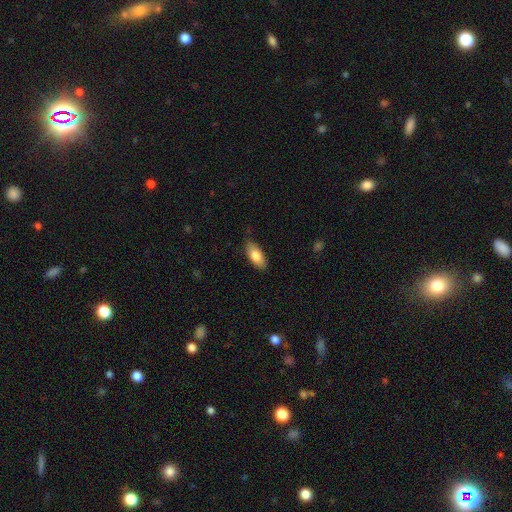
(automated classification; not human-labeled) Smooth or featured? smooth (80%)
How rounded? in between (84%)
Merging? none (83%)